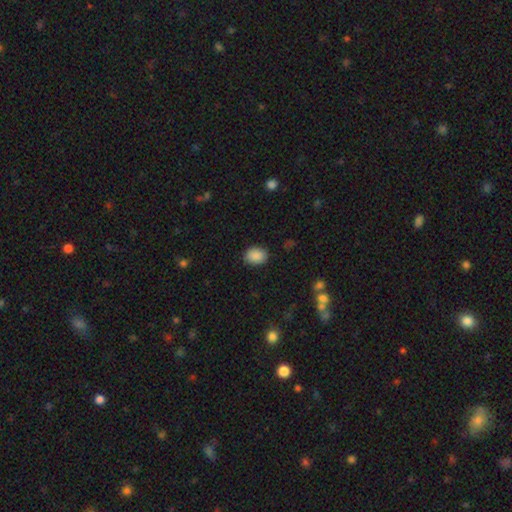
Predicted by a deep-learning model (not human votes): smooth 89%, star or artifact 8%, featured or disk 3%. Down the decision tree: how rounded — in between (65%); merging — none (85%).